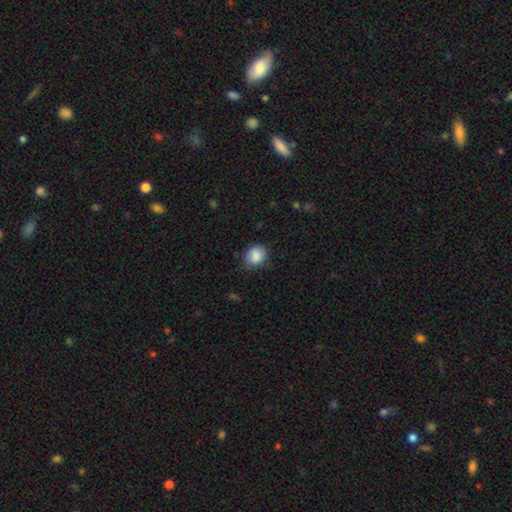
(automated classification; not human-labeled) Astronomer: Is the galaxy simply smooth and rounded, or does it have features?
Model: smooth — 85%.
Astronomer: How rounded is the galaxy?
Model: in between — 51% (runner-up: round, 48%).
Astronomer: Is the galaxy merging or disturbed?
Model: none — 71%.